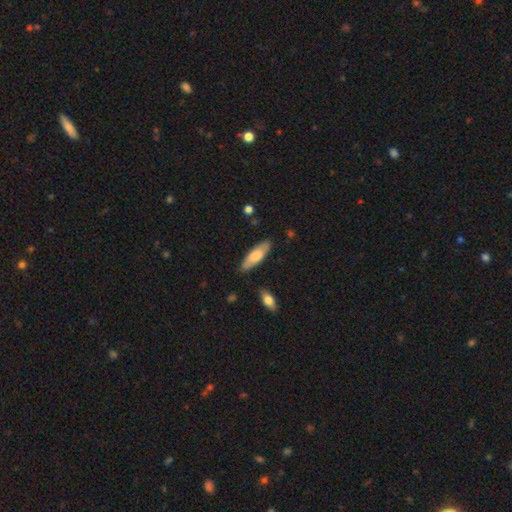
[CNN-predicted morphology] smooth_or_featured: smooth (p=0.71) [alt: featured or disk p=0.24]
how_rounded: in between (p=0.57) [alt: cigar-shaped p=0.41]
merging: none (p=0.85) [alt: minor disturbance p=0.11]